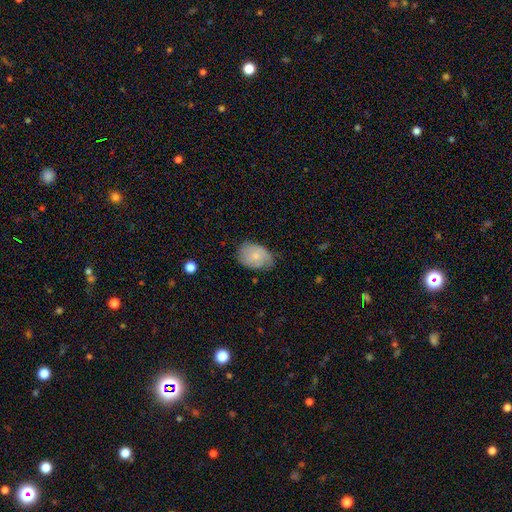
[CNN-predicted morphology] smooth 69%, featured or disk 24%, star or artifact 7%. Down the decision tree: how rounded — in between (75%); merging — none (60%).